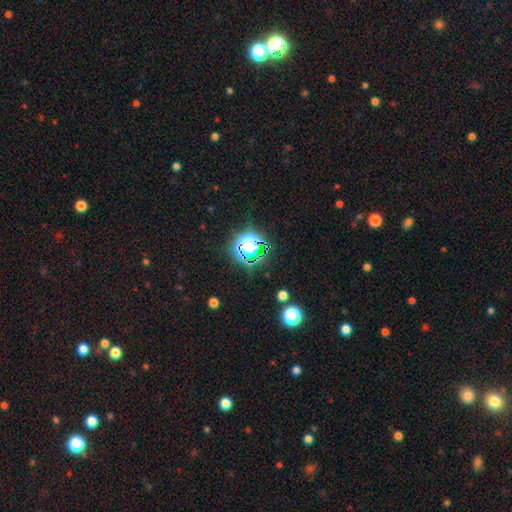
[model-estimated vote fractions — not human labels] Overall: star or artifact (74%).